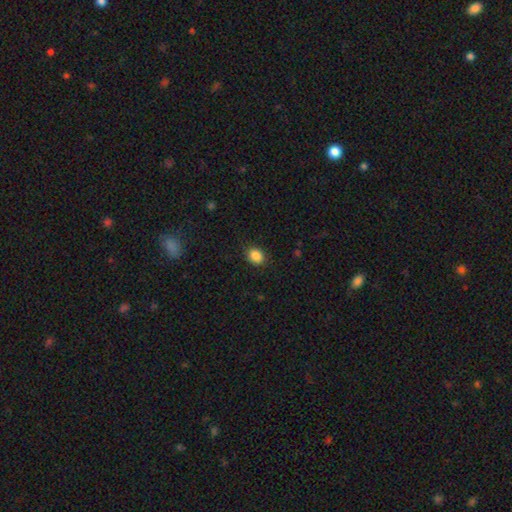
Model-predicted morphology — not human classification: Smooth or featured?
  - smooth: 87% *
  - star or artifact: 10%
  - featured or disk: 4%
How rounded?
  - round: 53% *
  - in between: 46%
  - cigar-shaped: 1%
Merging?
  - none: 88% *
  - minor disturbance: 9%
  - major disturbance: 3%
  - merger: 1%